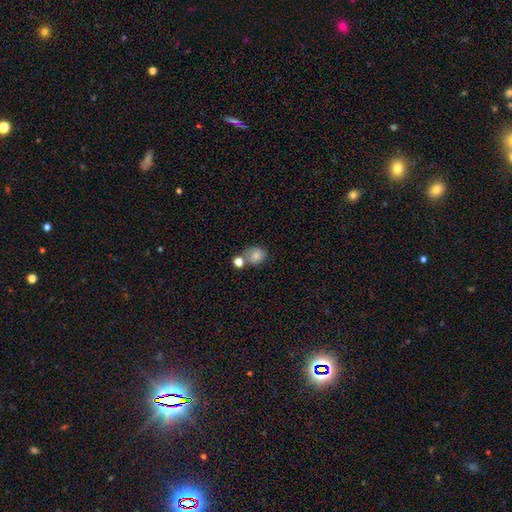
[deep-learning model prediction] A smooth galaxy with no disk features (80%) that is round (62%). Merging: none (50%).